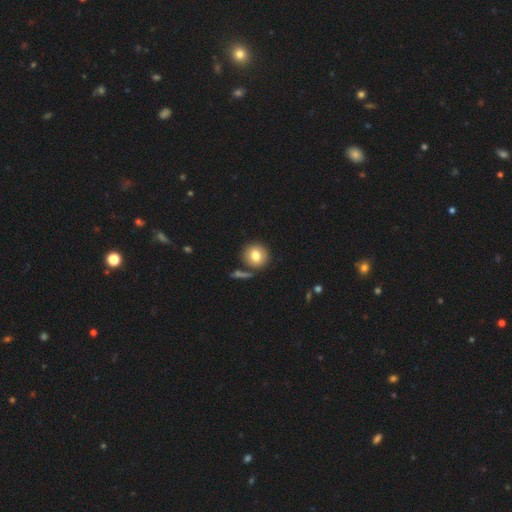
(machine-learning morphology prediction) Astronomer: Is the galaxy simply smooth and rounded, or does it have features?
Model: smooth — 79%.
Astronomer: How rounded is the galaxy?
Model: round — 88%.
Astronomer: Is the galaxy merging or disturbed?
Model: none — 79%.